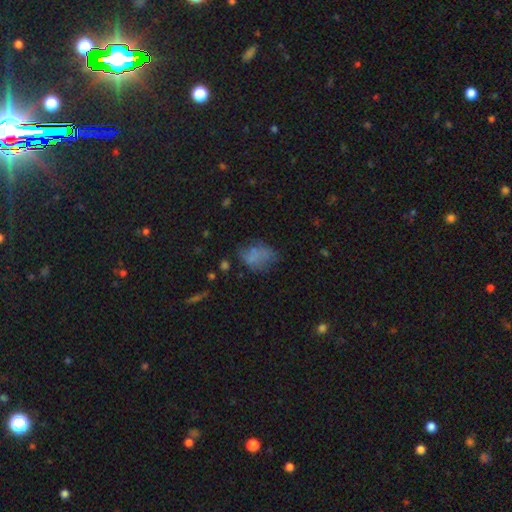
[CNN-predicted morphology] Overall: smooth (61%; featured or disk 23%). How rounded: in between (75%). Merging: none (45%; minor disturbance 27%).